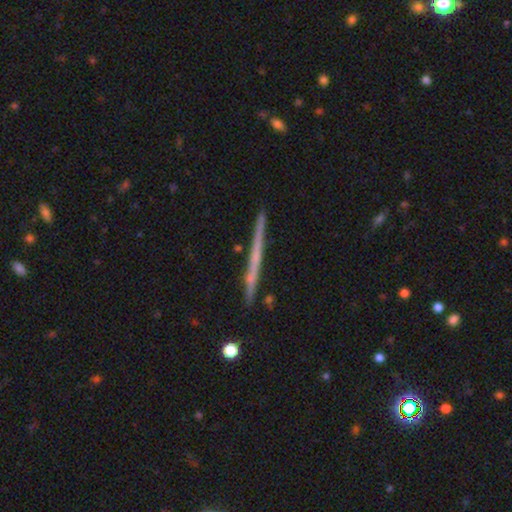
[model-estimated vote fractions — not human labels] Q: Smooth or featured?
A: featured or disk (57%); runner-up: smooth (37%)
Q: Edge-on disk?
A: yes (98%); runner-up: no (2%)
Q: Edge-on bulge?
A: none (89%); runner-up: rounded (8%)
Q: Merging?
A: none (90%); runner-up: minor disturbance (7%)